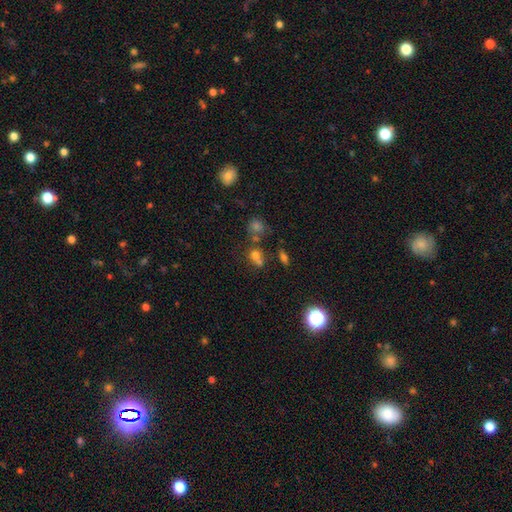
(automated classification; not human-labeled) This is likely a smooth galaxy (66%). How rounded: likely round (65%). Merging: marginally none (41%).